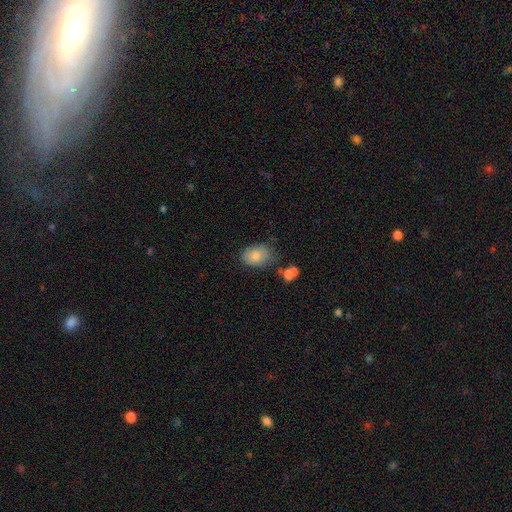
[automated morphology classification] smooth 81%, featured or disk 11%, star or artifact 8%. Down the decision tree: how rounded — in between (80%); merging — none (56%).